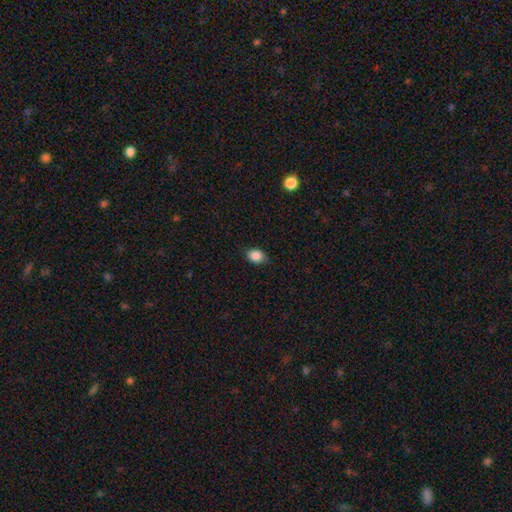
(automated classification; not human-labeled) smooth 86%, star or artifact 9%, featured or disk 5%. Down the decision tree: how rounded — in between (60%); merging — none (82%).